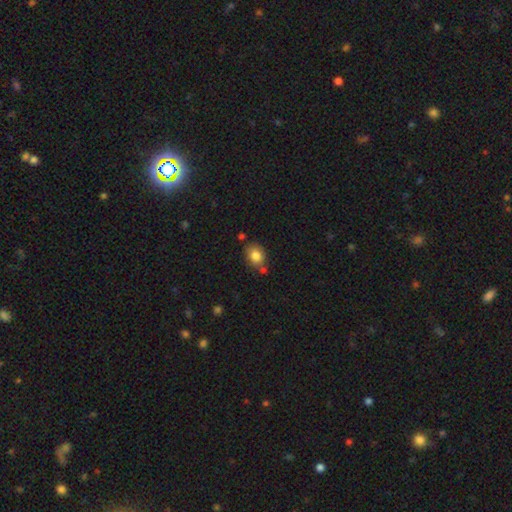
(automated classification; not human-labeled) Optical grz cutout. It shows a smooth galaxy with no disk features (82%) that is in between round and cigar-shaped (62%). Merging: none (66%).